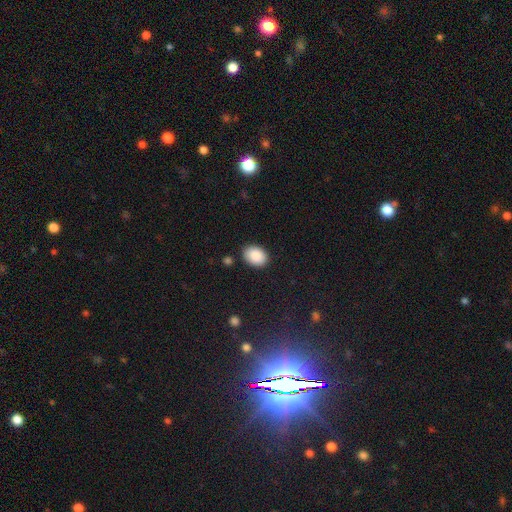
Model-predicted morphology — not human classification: A smooth galaxy with no disk features (90%) that is in between round and cigar-shaped (74%).

Vote fractions:
- Smooth or featured? smooth: 90% / star or artifact: 7% / featured or disk: 3%
- How rounded? in between: 74% / round: 25% / cigar-shaped: 1%
- Merging? none: 86% / minor disturbance: 10% / major disturbance: 2% / merger: 2%